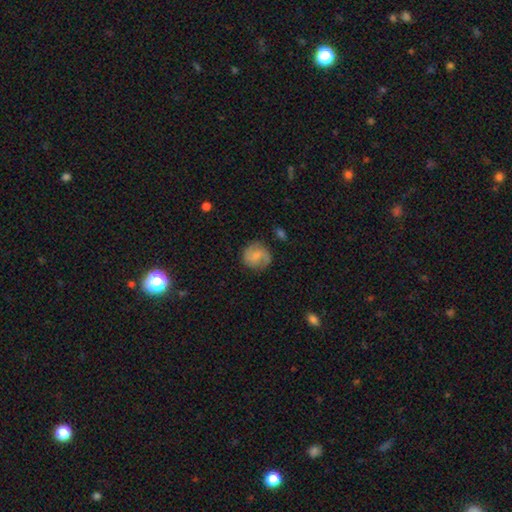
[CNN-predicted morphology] smooth-or-featured: smooth: 48% | featured or disk: 44% | star or artifact: 8%
  merging: none: 73% | minor disturbance: 18% | major disturbance: 7% | merger: 2%